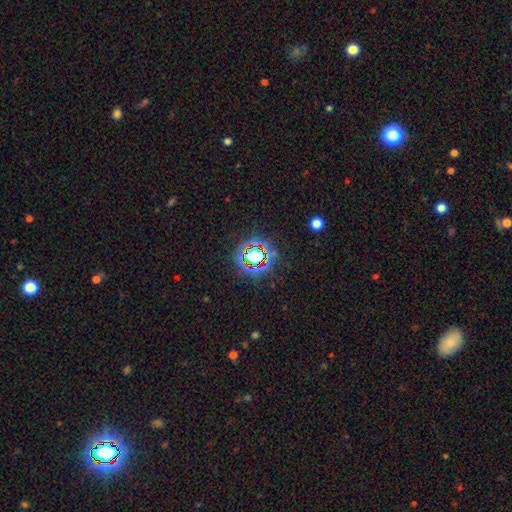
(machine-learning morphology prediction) The model was most divided on "smooth or featured": star or artifact: 68%, smooth: 20%, featured or disk: 12%.